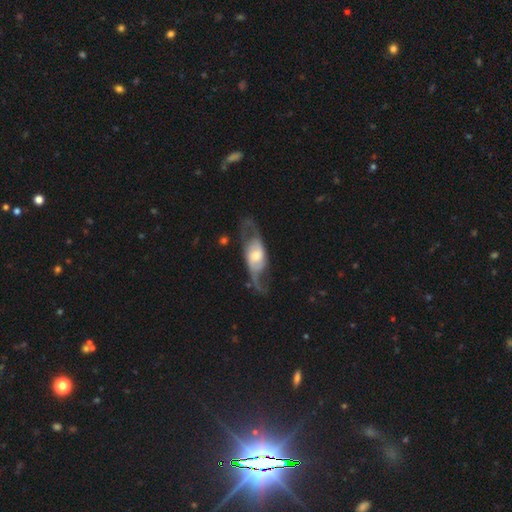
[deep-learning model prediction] Smooth or featured? featured or disk (75%)
Edge-on disk? no (88%)
Bar? no (53%)
Spiral arms? yes (85%)
Spiral winding? loose (60%)
Spiral arm count? 2 (84%)
Bulge size? moderate (57%)
Merging? none (57%)